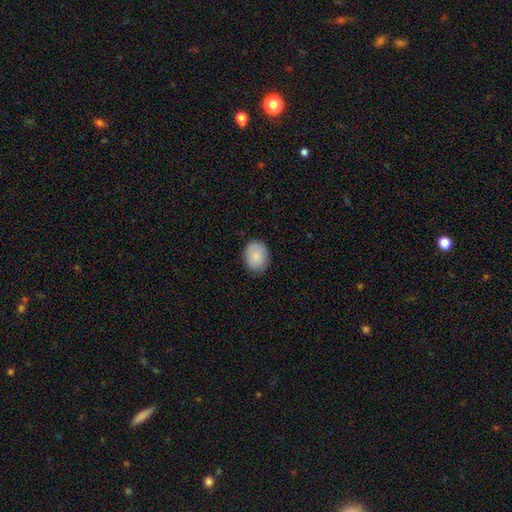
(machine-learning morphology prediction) Smooth or featured?
  - smooth: 86% *
  - featured or disk: 7%
  - star or artifact: 7%
How rounded?
  - in between: 61% *
  - round: 39%
  - cigar-shaped: 1%
Merging?
  - none: 79% *
  - minor disturbance: 17%
  - major disturbance: 3%
  - merger: 1%